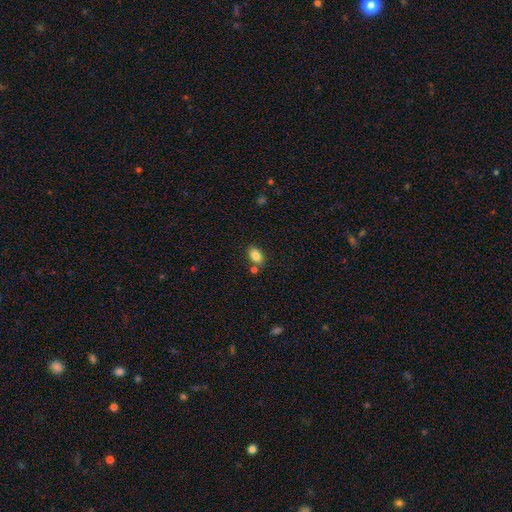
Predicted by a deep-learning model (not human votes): smooth_or_featured: smooth (p=0.85) [alt: star or artifact p=0.09]
how_rounded: in between (p=0.84) [alt: round p=0.14]
merging: none (p=0.72) [alt: minor disturbance p=0.13]